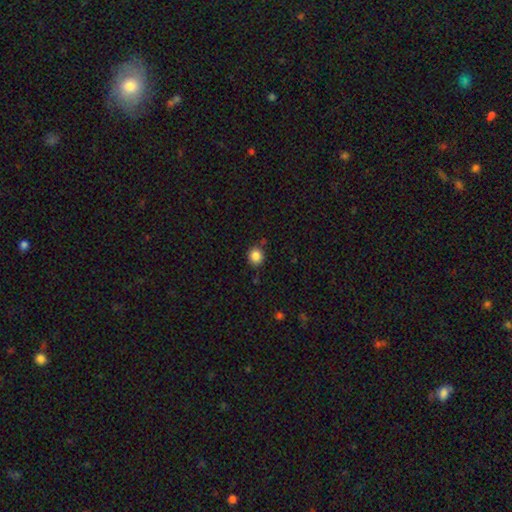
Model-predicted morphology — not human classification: Smooth or featured?
  - smooth: 86% *
  - star or artifact: 10%
  - featured or disk: 4%
How rounded?
  - round: 88% *
  - in between: 11%
  - cigar-shaped: 1%
Merging?
  - none: 85% *
  - minor disturbance: 10%
  - merger: 3%
  - major disturbance: 2%